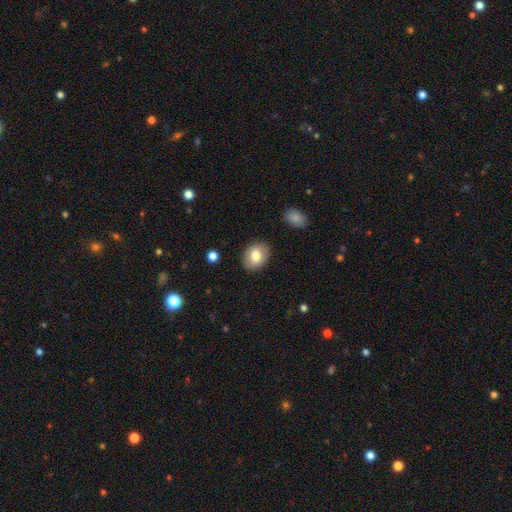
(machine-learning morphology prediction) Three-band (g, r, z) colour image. It shows a smooth galaxy with no disk features (79%) that is in between round and cigar-shaped (66%). Merging: none (86%).